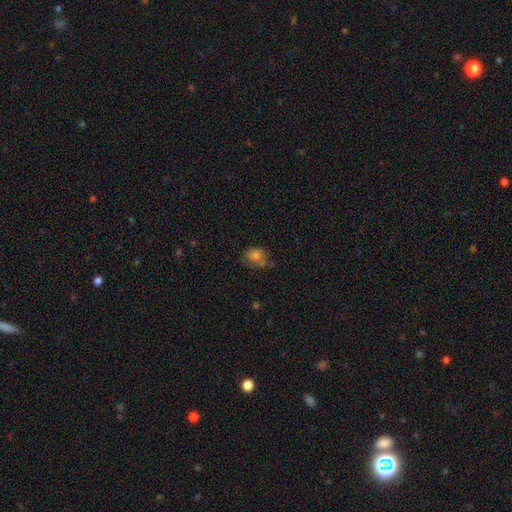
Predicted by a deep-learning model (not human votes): Smooth or featured? Predicted: smooth (p=0.73). How rounded? Predicted: round (p=0.54). Merging? Predicted: none (p=0.53).